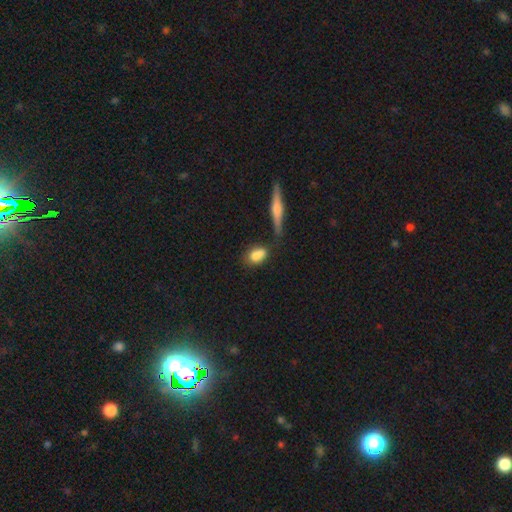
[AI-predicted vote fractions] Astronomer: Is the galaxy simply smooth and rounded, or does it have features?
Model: smooth — 78%.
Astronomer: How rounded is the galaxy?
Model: in between — 72%.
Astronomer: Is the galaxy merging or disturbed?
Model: none — 52%.